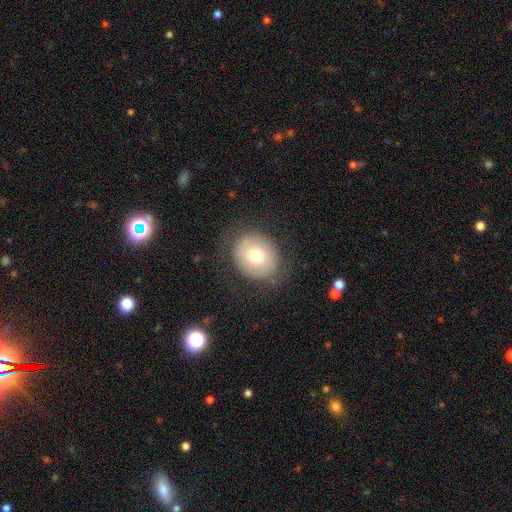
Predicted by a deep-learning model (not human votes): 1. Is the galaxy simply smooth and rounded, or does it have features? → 69% smooth, 22% featured or disk, 9% star or artifact.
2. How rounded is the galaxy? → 74% round, 25% in between, 1% cigar-shaped.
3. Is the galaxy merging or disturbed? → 78% none, 13% minor disturbance, 7% major disturbance, 1% merger.